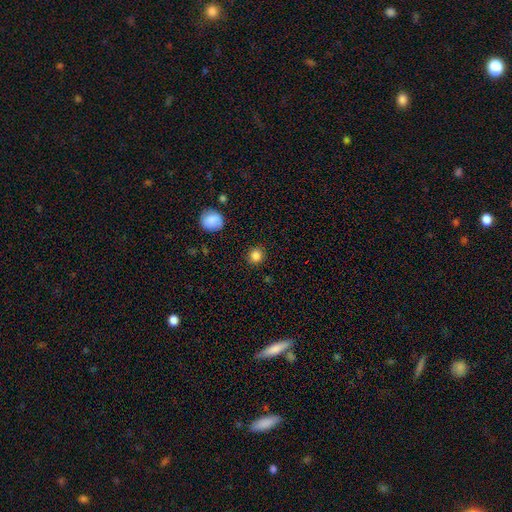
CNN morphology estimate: smooth-or-featured: smooth: 85% | star or artifact: 11% | featured or disk: 4%
  how-rounded: round: 87% | in between: 12% | cigar-shaped: 1%
  merging: none: 89% | minor disturbance: 7% | major disturbance: 2% | merger: 2%